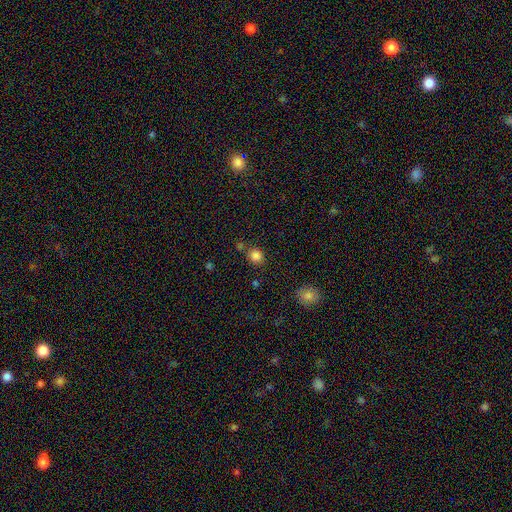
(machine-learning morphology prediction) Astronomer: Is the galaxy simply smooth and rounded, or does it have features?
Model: smooth — 83%.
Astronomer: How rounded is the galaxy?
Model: round — 79%.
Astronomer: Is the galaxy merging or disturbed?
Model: none — 74%.